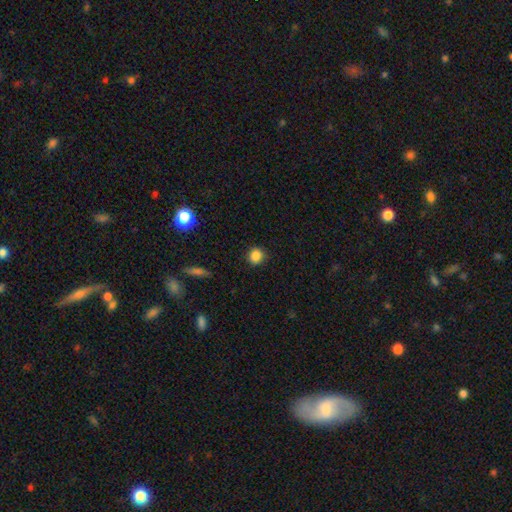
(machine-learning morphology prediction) Smooth or featured? Predicted: smooth (p=0.85). How rounded? Predicted: round (p=0.82). Merging? Predicted: none (p=0.86).